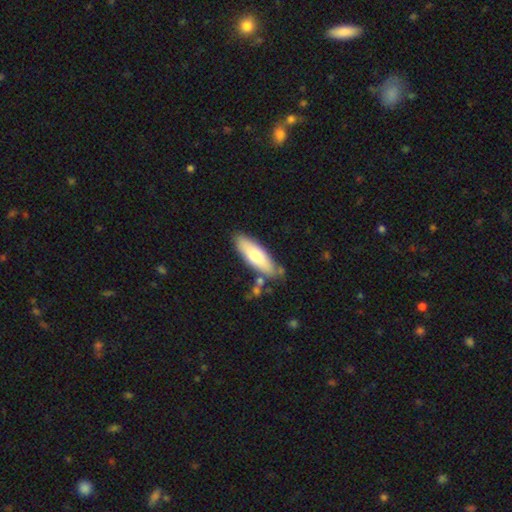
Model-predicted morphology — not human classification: Smooth or featured? Predicted: smooth (p=0.71). How rounded? Predicted: in between (p=0.55). Merging? Predicted: none (p=0.78).